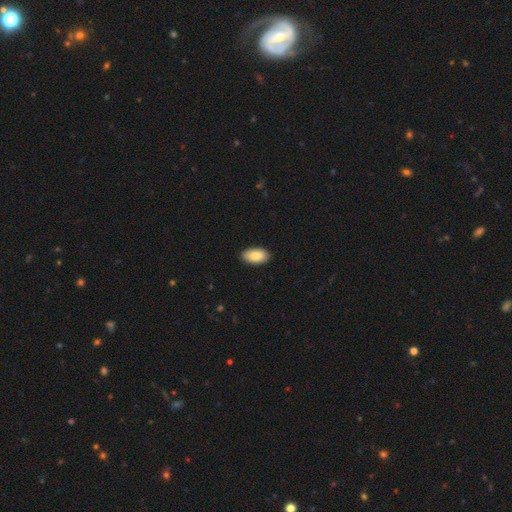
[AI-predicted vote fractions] This is clearly a smooth galaxy (88%). How rounded: clearly in between (96%). Merging: clearly none (88%).